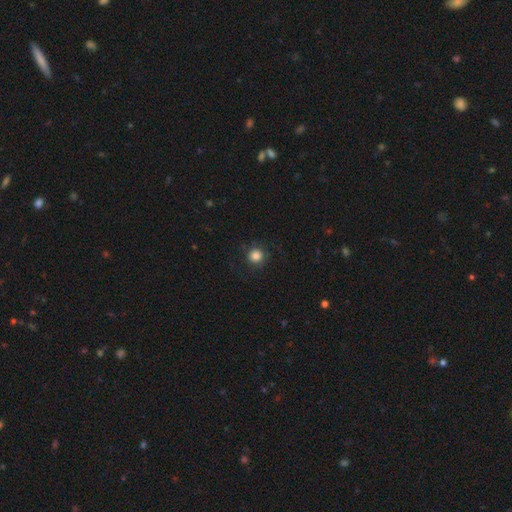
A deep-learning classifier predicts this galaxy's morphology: Smooth or featured: smooth — 83% (star or artifact — 11%)
How rounded: round — 92% (in between — 7%)
Merging: none — 83% (minor disturbance — 11%)